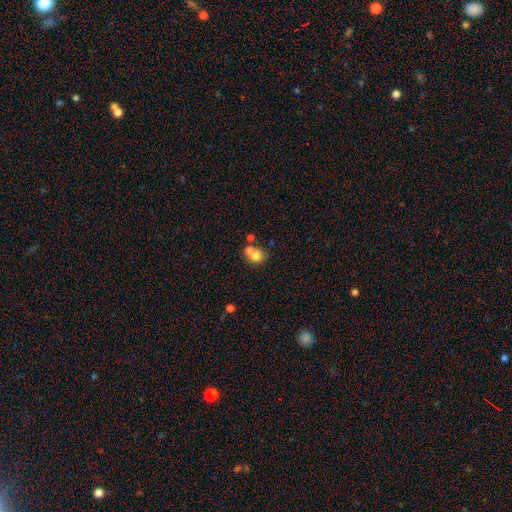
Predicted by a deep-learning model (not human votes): This is likely a smooth galaxy (72%). How rounded: likely round (77%). Merging: possibly merger (49%).